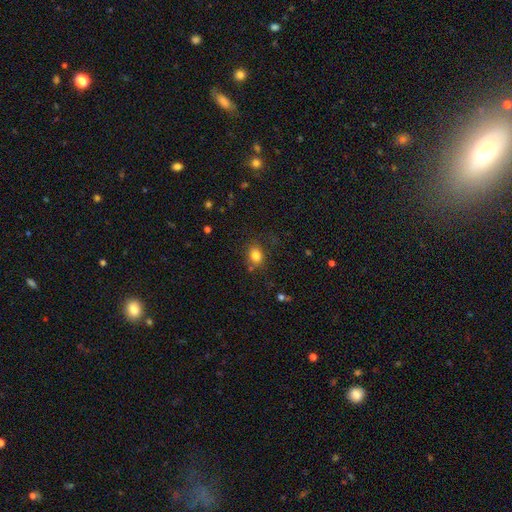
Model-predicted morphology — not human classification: Smooth or featured: smooth — 81% (star or artifact — 12%)
How rounded: in between — 53% (round — 46%)
Merging: none — 75% (minor disturbance — 15%)